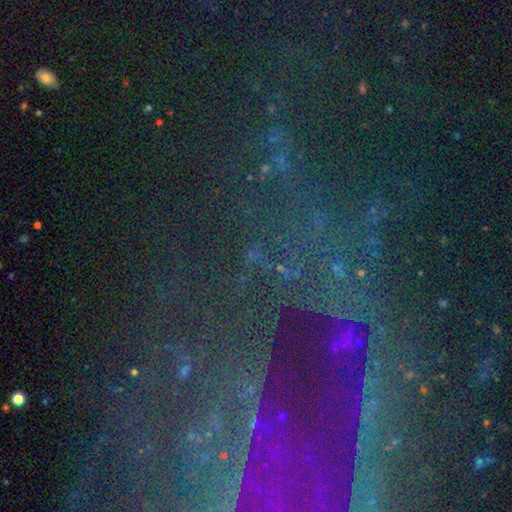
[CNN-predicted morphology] Overall: star or artifact (75%).